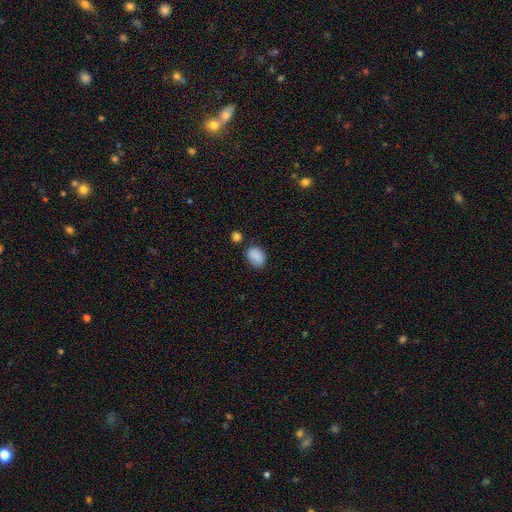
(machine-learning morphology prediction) Smooth or featured?
  - smooth: 87% *
  - star or artifact: 8%
  - featured or disk: 5%
How rounded?
  - in between: 69% *
  - round: 30%
  - cigar-shaped: 1%
Merging?
  - none: 72% *
  - minor disturbance: 18%
  - merger: 6%
  - major disturbance: 4%